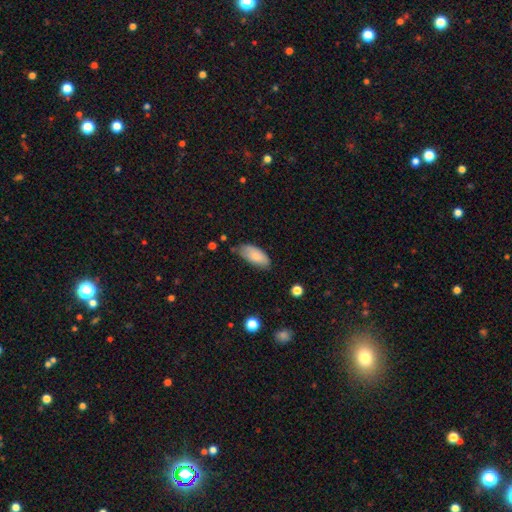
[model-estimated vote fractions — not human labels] The model was most divided on "merging": none: 66%, minor disturbance: 27%, major disturbance: 4%, merger: 3%. More confident: how rounded — in between (90%); smooth or featured — smooth (82%).